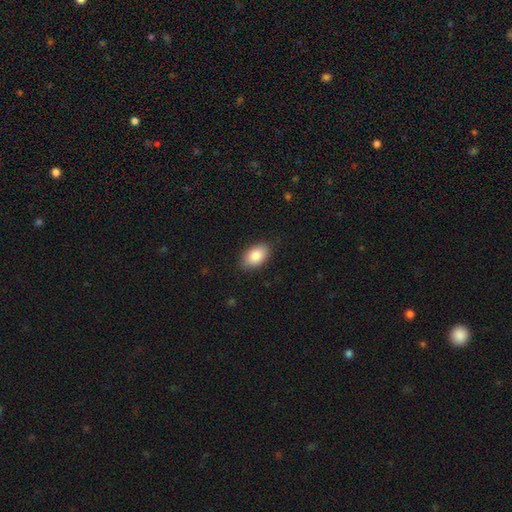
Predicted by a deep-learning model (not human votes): smooth-or-featured: smooth: 87% | star or artifact: 6% | featured or disk: 6%
  how-rounded: in between: 93% | round: 6% | cigar-shaped: 1%
  merging: none: 87% | minor disturbance: 10% | major disturbance: 2% | merger: 1%